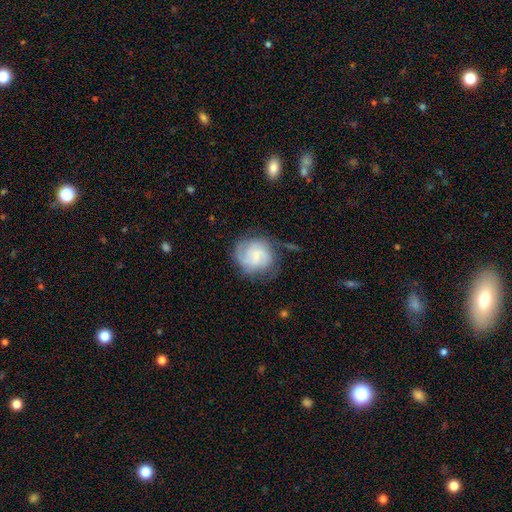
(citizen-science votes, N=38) Smooth or featured?
  - featured or disk: 74% *
  - smooth: 24%
  - star or artifact: 3%
Edge-on disk?
  - no: 100% *
  - yes: 0%
Bar?
  - no: 57% *
  - weak: 43%
  - strong: 0%
Spiral arms?
  - yes: 93% *
  - no: 7%
Spiral winding?
  - tight: 35% * (tied)
  - medium: 35% * (tied)
  - loose: 31%
Spiral arm count?
  - can't tell: 46% *
  - 3: 19%
  - 4: 19%
  - 2: 12%
  - more than 4: 4%
  - 1: 0%
Bulge size?
  - small: 68% *
  - moderate: 29%
  - none: 4%
  - dominant: 0%
  - large: 0%
Merging?
  - none: 49% *
  - minor disturbance: 35%
  - major disturbance: 14%
  - merger: 3%